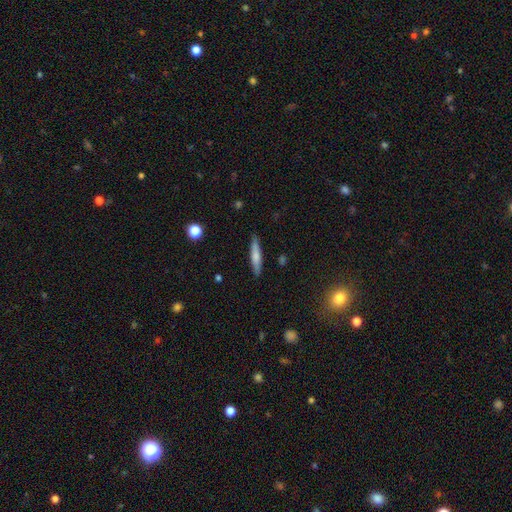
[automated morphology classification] This appears to be a smooth galaxy with no disk features (67%) that is cigar-shaped (88%). Merging: none (88%).